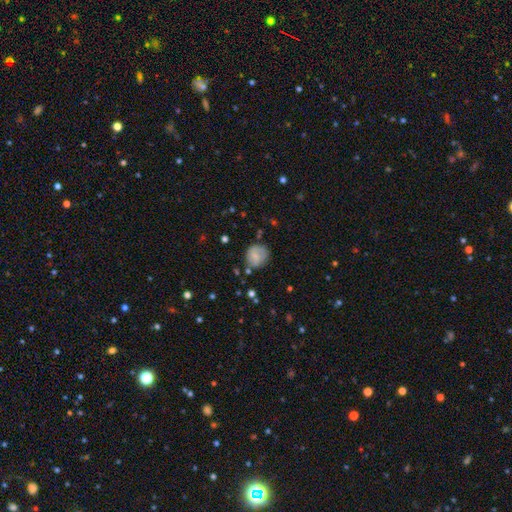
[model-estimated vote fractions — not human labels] The model was most divided on "smooth or featured": smooth: 64%, featured or disk: 28%, star or artifact: 8%. More confident: how rounded — round (76%); merging — none (68%).